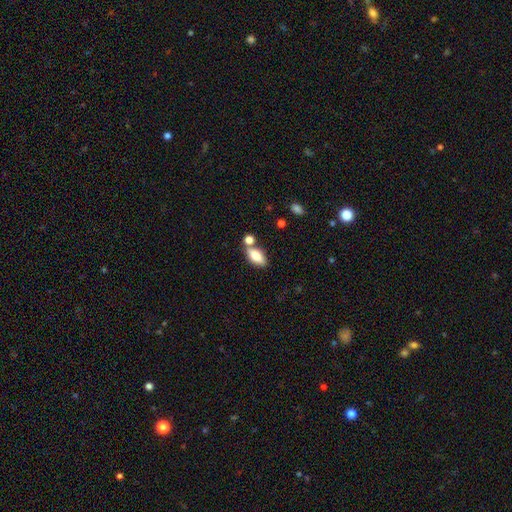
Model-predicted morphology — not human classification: Smooth or featured? Predicted: smooth (p=0.79). How rounded? Predicted: in between (p=0.86). Merging? Predicted: none (p=0.62).